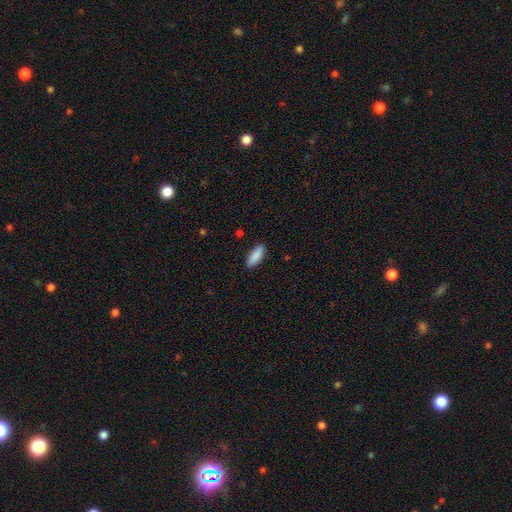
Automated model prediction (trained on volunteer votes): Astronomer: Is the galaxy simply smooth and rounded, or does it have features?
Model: smooth — 89%.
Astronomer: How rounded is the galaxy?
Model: in between — 62%.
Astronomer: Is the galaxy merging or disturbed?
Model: none — 89%.